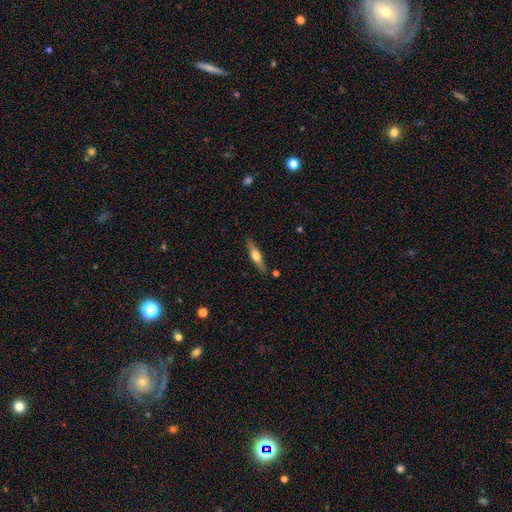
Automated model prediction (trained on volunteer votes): Smooth or featured?
  - featured or disk: 50% *
  - smooth: 44%
  - star or artifact: 6%
Edge-on disk?
  - yes: 93% *
  - no: 7%
Merging?
  - none: 85% *
  - minor disturbance: 10%
  - merger: 2%
  - major disturbance: 2%